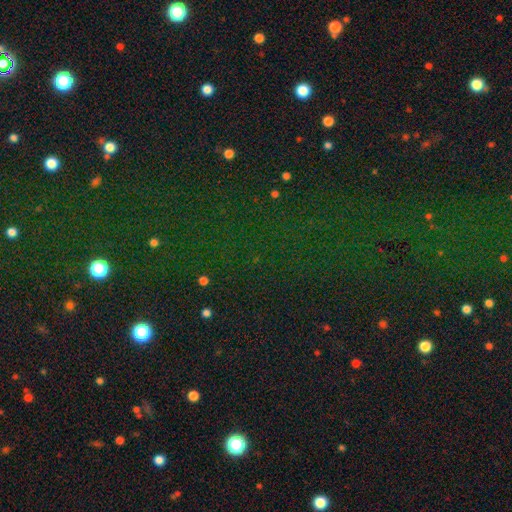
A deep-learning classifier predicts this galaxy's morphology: Smooth or featured: star or artifact — 77% (smooth — 15%)